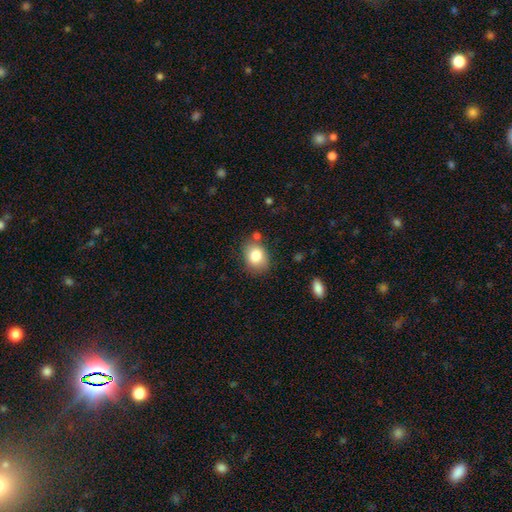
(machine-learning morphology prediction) Smooth or featured: smooth — 82% (featured or disk — 9%)
How rounded: in between — 52% (round — 47%)
Merging: none — 74% (minor disturbance — 16%)